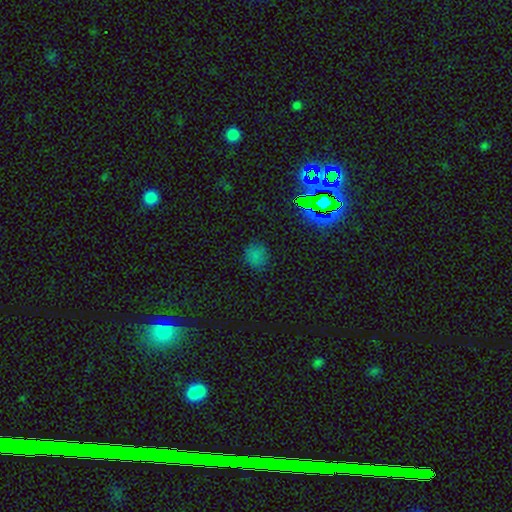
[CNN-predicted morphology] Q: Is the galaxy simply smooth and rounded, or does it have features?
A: smooth — 68%.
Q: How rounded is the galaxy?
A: round — 77%.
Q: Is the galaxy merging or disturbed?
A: none — 83%.